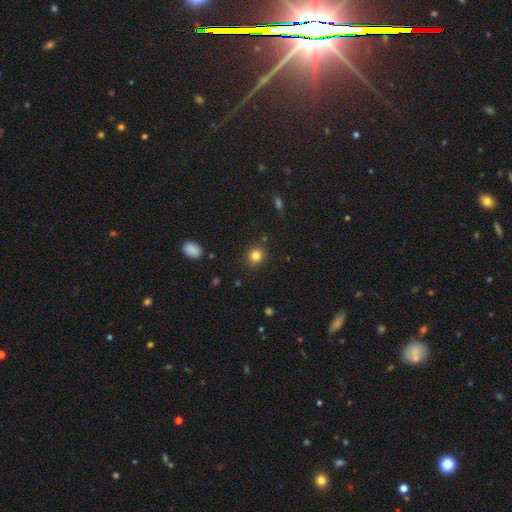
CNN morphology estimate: Smooth or featured?
  - smooth: 83% *
  - star or artifact: 12%
  - featured or disk: 5%
How rounded?
  - round: 87% *
  - in between: 12%
  - cigar-shaped: 1%
Merging?
  - none: 88% *
  - minor disturbance: 8%
  - major disturbance: 3%
  - merger: 2%